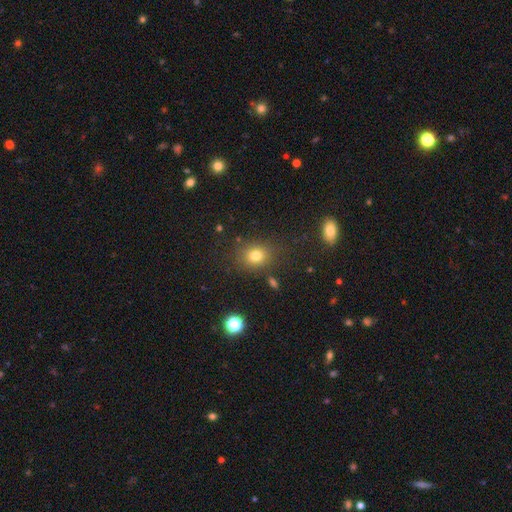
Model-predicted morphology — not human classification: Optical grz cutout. It shows a smooth galaxy with no disk features (76%) that is round (66%). Merging: none (82%).